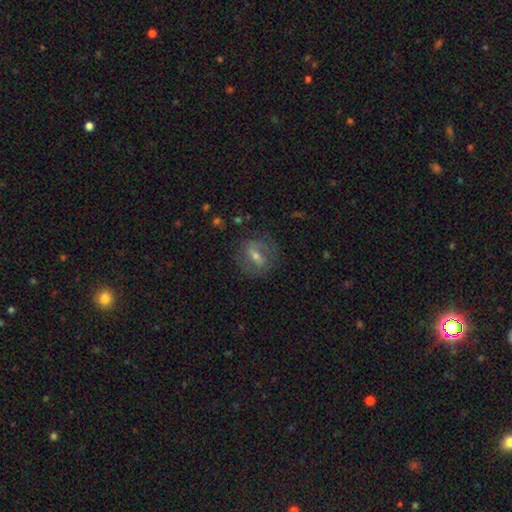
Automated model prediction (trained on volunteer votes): smooth_or_featured: featured or disk (p=0.52) [alt: smooth p=0.37]
disk_edge_on: no (p=0.85) [alt: yes p=0.15]
merging: none (p=0.75) [alt: minor disturbance p=0.15]